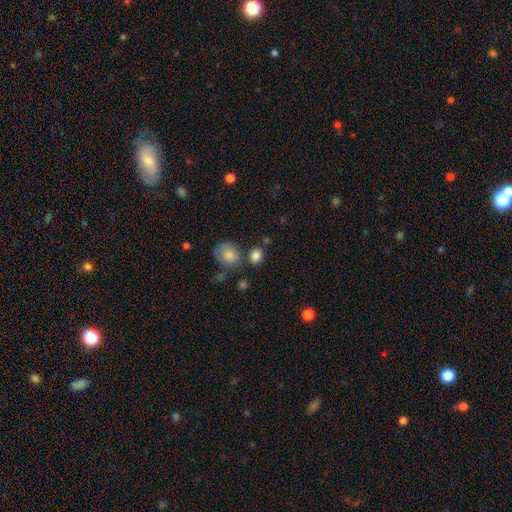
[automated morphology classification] This appears to be a smooth galaxy with no disk features (84%) that is round (60%). Merging: none (71%).